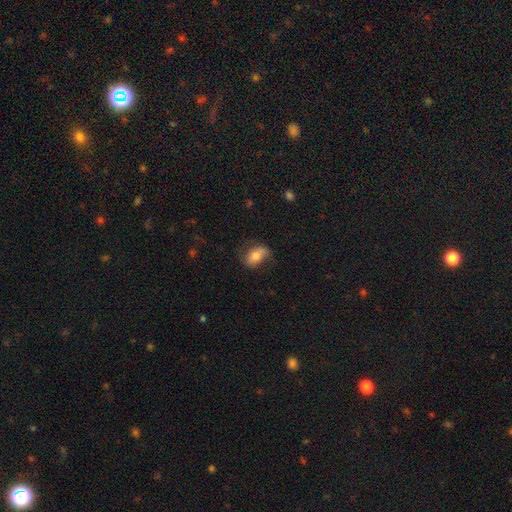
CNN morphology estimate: Smooth or featured? Predicted: smooth (p=0.66). How rounded? Predicted: in between (p=0.86). Merging? Predicted: none (p=0.60).